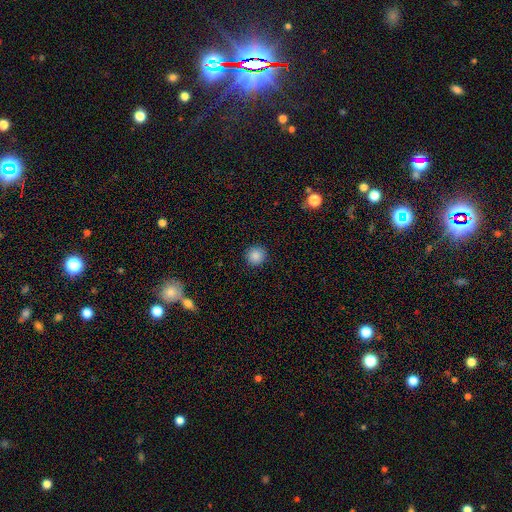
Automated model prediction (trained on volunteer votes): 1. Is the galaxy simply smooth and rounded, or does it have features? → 86% smooth, 10% star or artifact, 4% featured or disk.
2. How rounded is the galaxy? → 93% round, 6% in between, 1% cigar-shaped.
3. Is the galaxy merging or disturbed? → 91% none, 6% minor disturbance, 2% major disturbance, 1% merger.